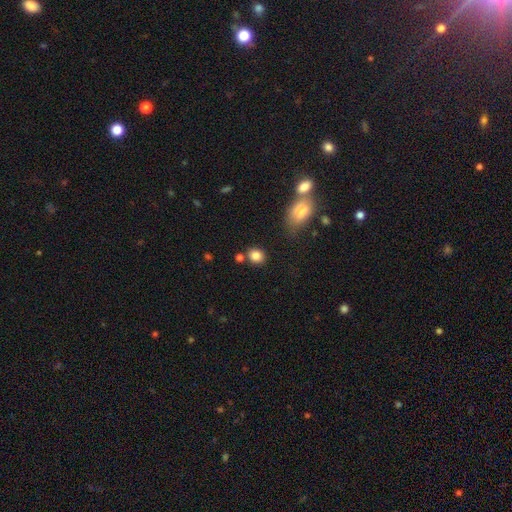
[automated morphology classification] This appears to be a smooth galaxy with no disk features (84%) that is round (69%). Merging: none (76%).